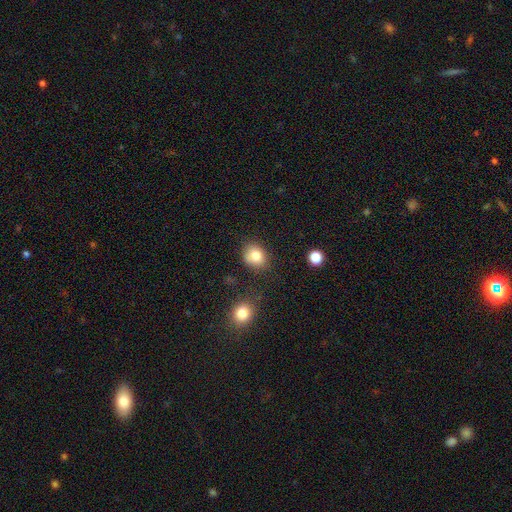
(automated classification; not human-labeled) Overall: smooth (81%). How rounded: round (64%; in between 35%). Merging: none (78%).